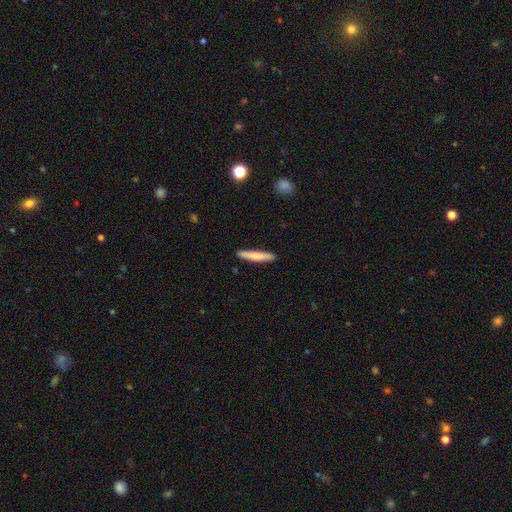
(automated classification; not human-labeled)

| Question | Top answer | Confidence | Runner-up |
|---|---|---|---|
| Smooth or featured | smooth | 74% | featured or disk (21%) |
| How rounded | cigar-shaped | 93% | in between (6%) |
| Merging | none | 90% | minor disturbance (7%) |